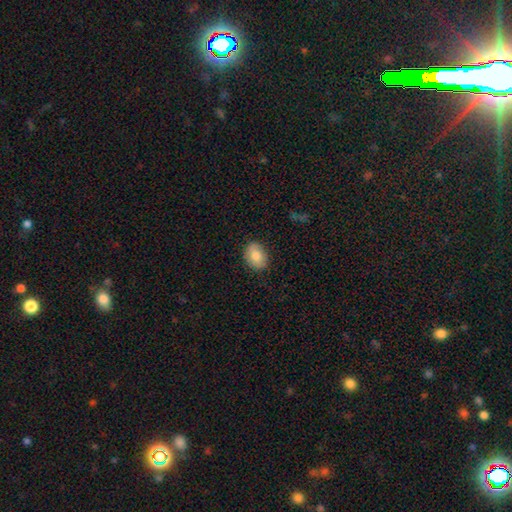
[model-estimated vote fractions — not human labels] Smooth or featured? Predicted: smooth (p=0.83). How rounded? Predicted: in between (p=0.74). Merging? Predicted: none (p=0.84).